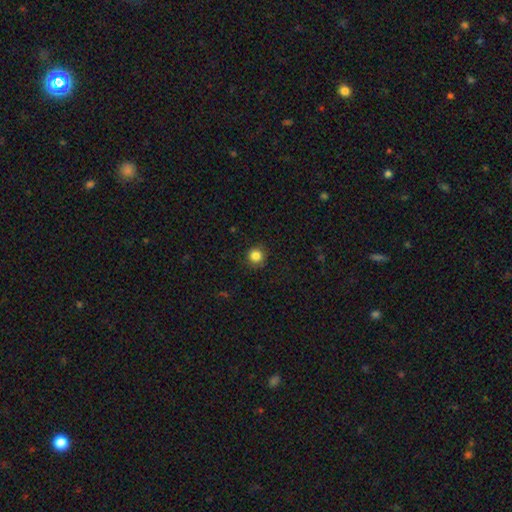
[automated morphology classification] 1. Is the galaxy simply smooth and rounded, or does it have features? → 85% smooth, 11% star or artifact, 4% featured or disk.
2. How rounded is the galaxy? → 94% round, 5% in between, 1% cigar-shaped.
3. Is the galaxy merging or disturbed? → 90% none, 7% minor disturbance, 2% major disturbance, 1% merger.